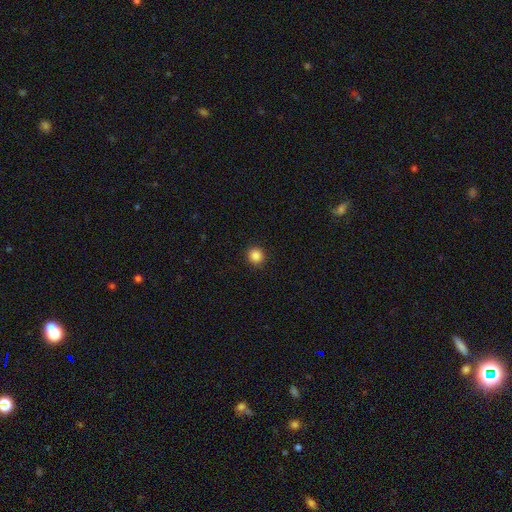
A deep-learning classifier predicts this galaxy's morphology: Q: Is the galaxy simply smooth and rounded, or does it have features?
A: smooth — 86%.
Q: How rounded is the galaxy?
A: round — 91%.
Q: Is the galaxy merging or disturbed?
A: none — 92%.